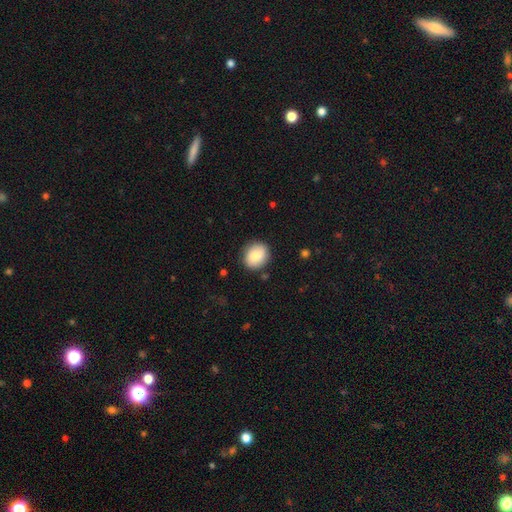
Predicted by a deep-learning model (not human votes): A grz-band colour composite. It shows a smooth galaxy with no disk features (82%) that is round (68%). Merging: none (85%).